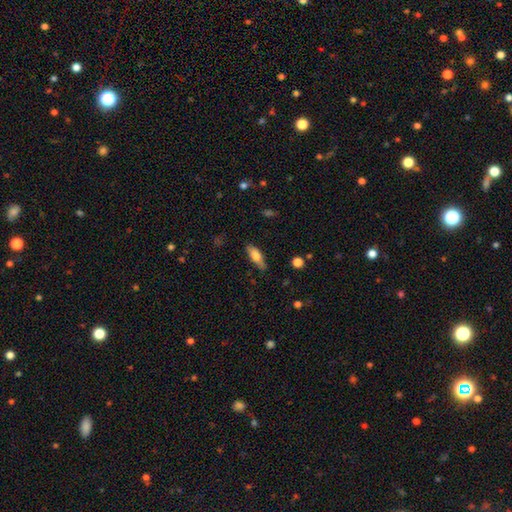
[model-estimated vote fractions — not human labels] Smooth or featured? Predicted: smooth (p=0.70). How rounded? Predicted: in between (p=0.59). Merging? Predicted: none (p=0.78).